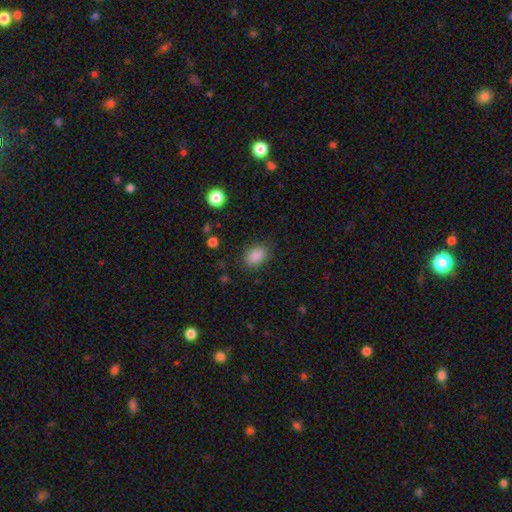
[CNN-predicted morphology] smooth_or_featured: smooth (p=0.87) [alt: star or artifact p=0.09]
how_rounded: in between (p=0.75) [alt: round p=0.24]
merging: none (p=0.83) [alt: minor disturbance p=0.12]